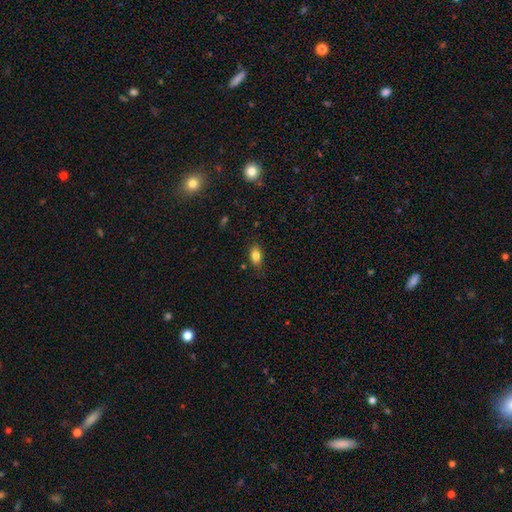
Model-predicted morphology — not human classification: This appears to be a smooth galaxy with no disk features (82%) that is in between round and cigar-shaped (86%). Merging: none (80%).